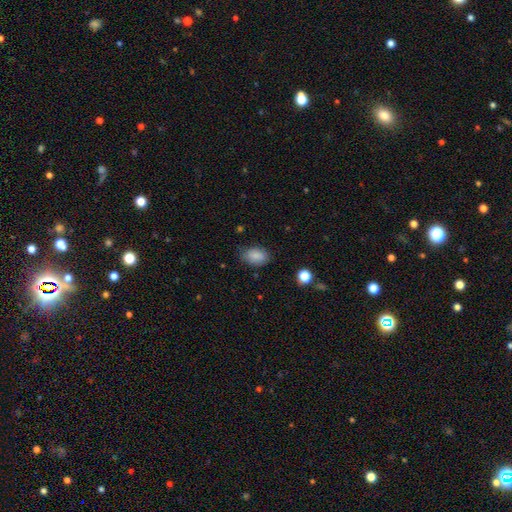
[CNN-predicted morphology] smooth_or_featured: smooth (p=0.85) [alt: star or artifact p=0.08]
how_rounded: in between (p=0.84) [alt: round p=0.14]
merging: none (p=0.72) [alt: minor disturbance p=0.22]